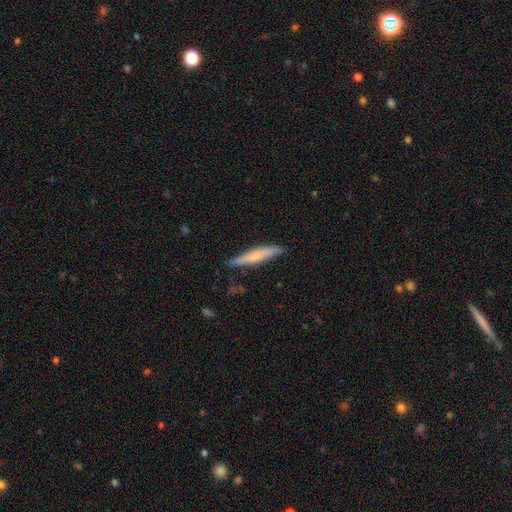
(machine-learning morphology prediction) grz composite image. It shows a smooth galaxy with no disk features (57%) that is cigar-shaped (93%). Merging: none (85%).